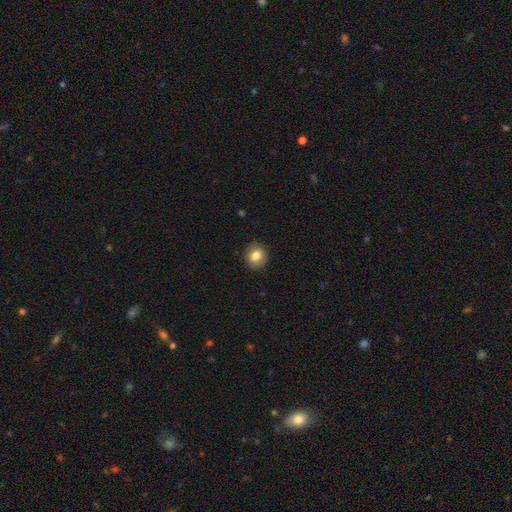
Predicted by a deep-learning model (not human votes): The model was most divided on "how rounded": round: 77%, in between: 22%, cigar-shaped: 1%. More confident: merging — none (89%); smooth or featured — smooth (82%).